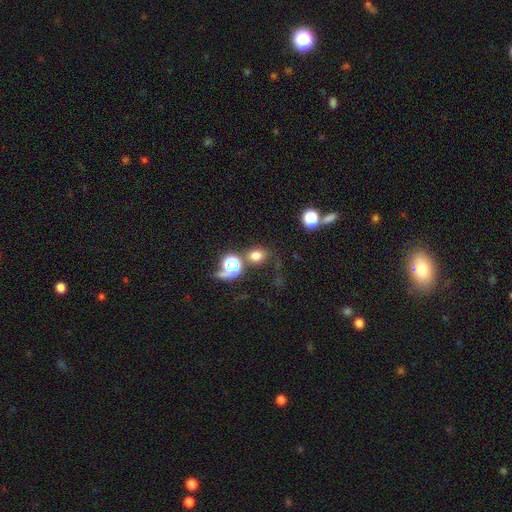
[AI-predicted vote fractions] Smooth or featured? smooth (70%)
How rounded? round (60%)
Merging? none (46%)